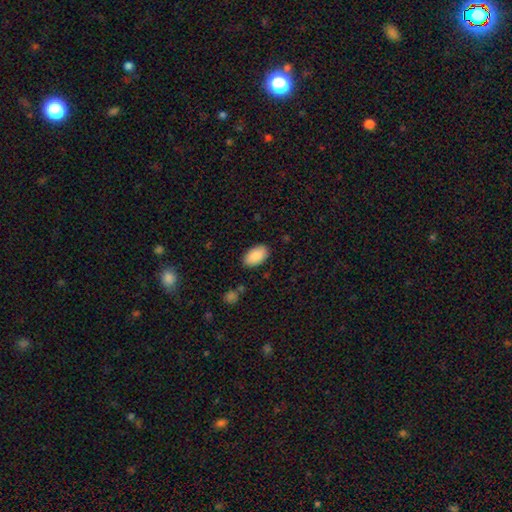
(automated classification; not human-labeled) Morphology: type=smooth (88%); roundness=in between (95%); merging=none (86%).